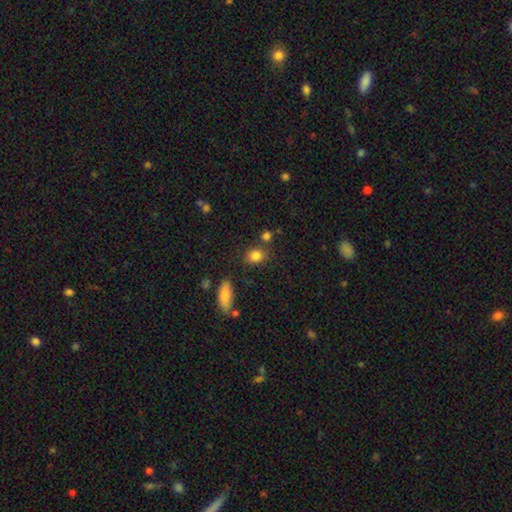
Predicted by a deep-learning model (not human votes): This is clearly a smooth galaxy (84%). How rounded: possibly in between (50%). Merging: likely none (72%).